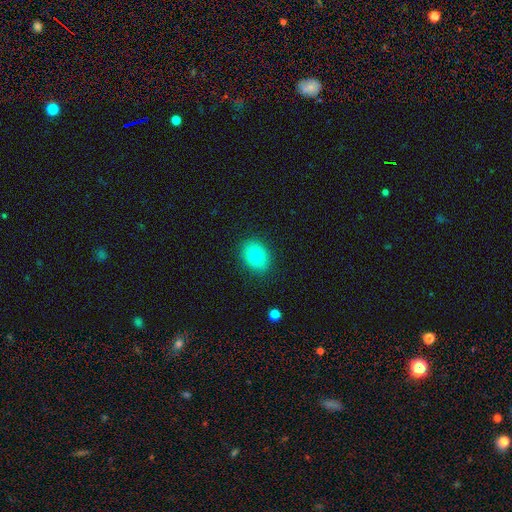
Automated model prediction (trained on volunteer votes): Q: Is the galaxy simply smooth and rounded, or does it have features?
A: smooth — 79%.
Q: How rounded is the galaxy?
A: in between — 61%.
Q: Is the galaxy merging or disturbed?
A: none — 87%.